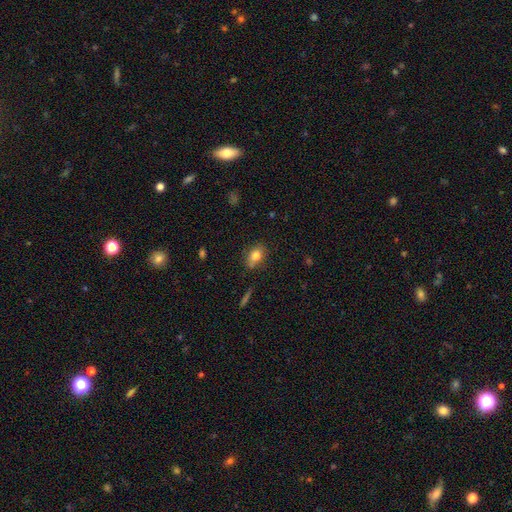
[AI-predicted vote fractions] Q: Smooth or featured?
A: smooth (80%); runner-up: featured or disk (11%)
Q: How rounded?
A: in between (76%); runner-up: round (22%)
Q: Merging?
A: none (73%); runner-up: minor disturbance (19%)